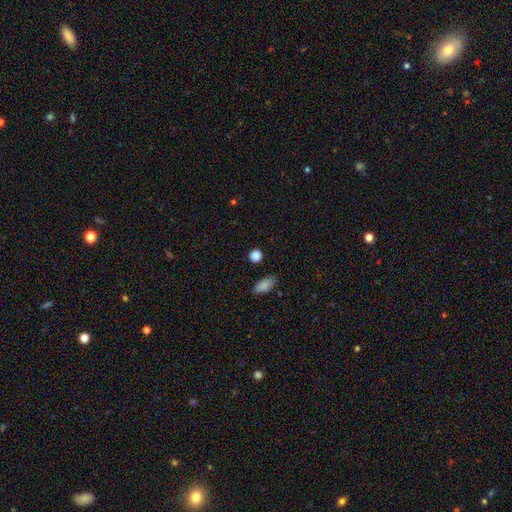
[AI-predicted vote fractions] Smooth or featured? smooth (85%)
How rounded? round (84%)
Merging? none (87%)